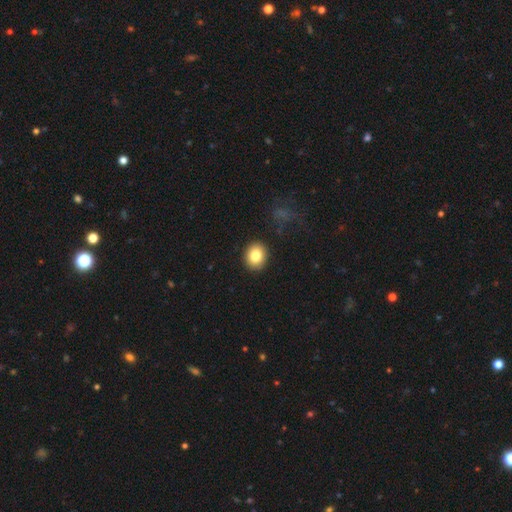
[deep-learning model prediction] This appears to be a smooth galaxy with no disk features (83%) that is round (71%). Merging: none (90%).